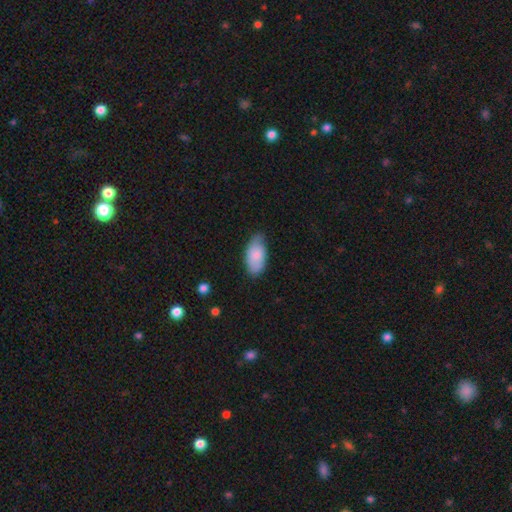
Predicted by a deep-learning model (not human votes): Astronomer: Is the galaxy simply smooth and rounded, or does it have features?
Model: smooth — 83%.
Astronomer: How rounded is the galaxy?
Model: in between — 93%.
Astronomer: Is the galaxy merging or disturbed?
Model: none — 65%.